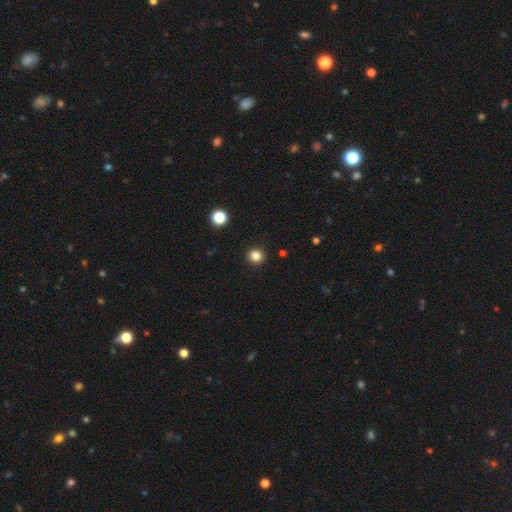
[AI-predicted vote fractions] Smooth or featured: smooth — 83% (star or artifact — 13%)
How rounded: round — 93% (in between — 6%)
Merging: none — 92% (minor disturbance — 5%)